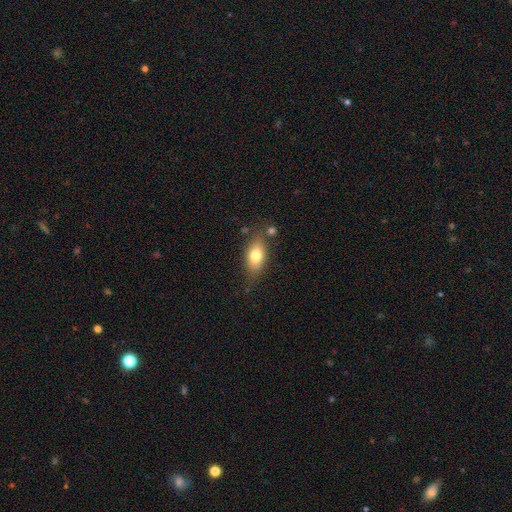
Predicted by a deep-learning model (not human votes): Smooth or featured: smooth — 75% (featured or disk — 17%)
How rounded: in between — 85% (round — 8%)
Merging: none — 71% (minor disturbance — 18%)